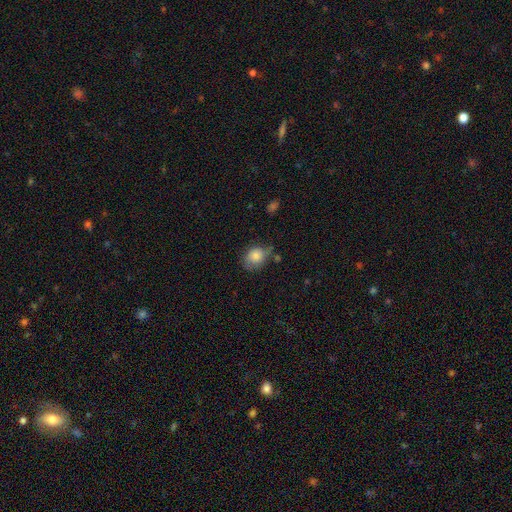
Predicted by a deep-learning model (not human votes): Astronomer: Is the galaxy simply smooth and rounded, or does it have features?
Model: smooth — 80%.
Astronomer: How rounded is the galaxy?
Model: in between — 52% (runner-up: round, 47%).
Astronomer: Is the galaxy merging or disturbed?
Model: none — 57%.